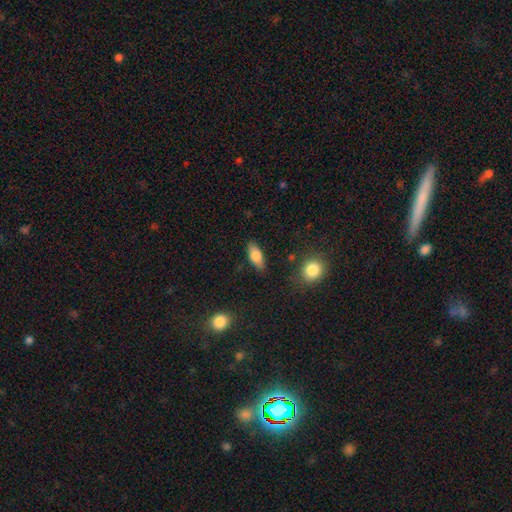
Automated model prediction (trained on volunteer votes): This appears to be a smooth galaxy with no disk features (75%) that is in between round and cigar-shaped (78%). Merging: none (83%).